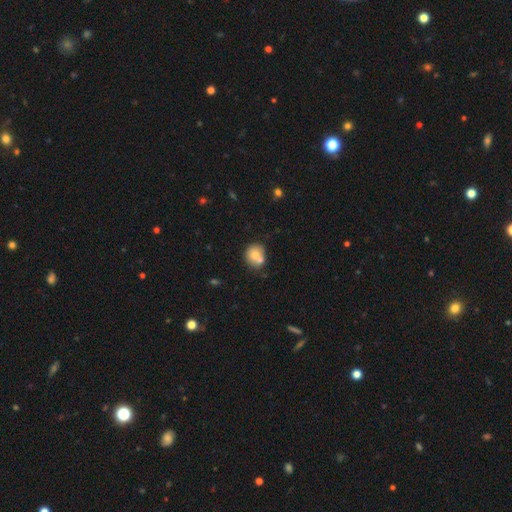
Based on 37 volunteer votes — smooth 68%, featured or disk 27%, star or artifact 5%. Down the decision tree: how rounded — round (76%); merging — none (43%).